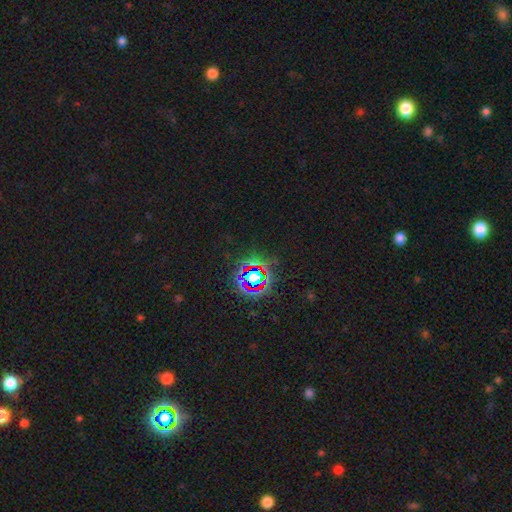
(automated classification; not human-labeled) Smooth or featured?
  - star or artifact: 80% *
  - smooth: 12%
  - featured or disk: 8%